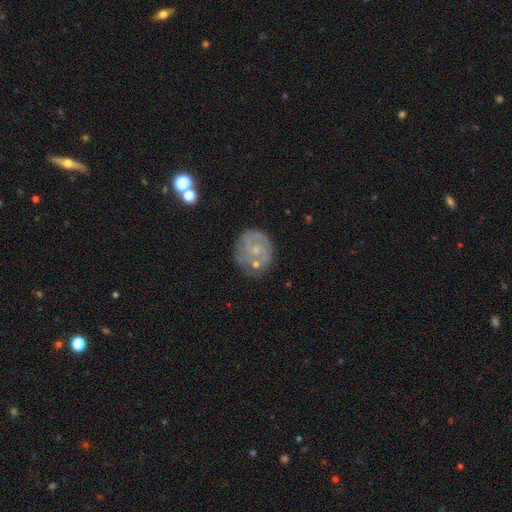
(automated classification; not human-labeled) The model was most divided on "smooth or featured": featured or disk: 65%, smooth: 26%, star or artifact: 9%. More confident: edge-on disk — no (98%); bulge size — small (75%); bar — no (75%); spiral arms — yes (73%); merging — none (66%).